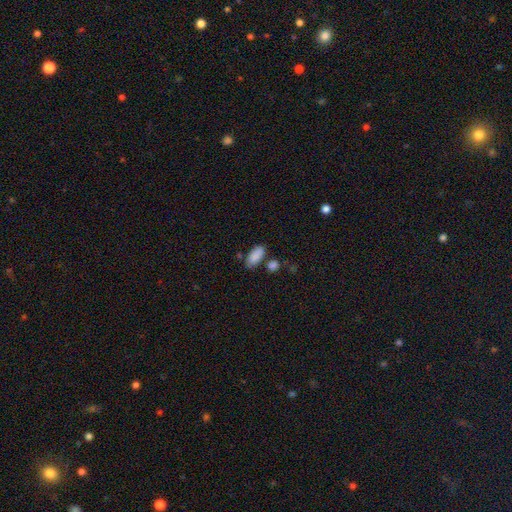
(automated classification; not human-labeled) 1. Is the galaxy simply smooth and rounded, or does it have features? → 88% smooth, 7% star or artifact, 5% featured or disk.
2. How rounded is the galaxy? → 90% in between, 7% cigar-shaped, 3% round.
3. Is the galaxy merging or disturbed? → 70% none, 16% minor disturbance, 11% merger, 4% major disturbance.